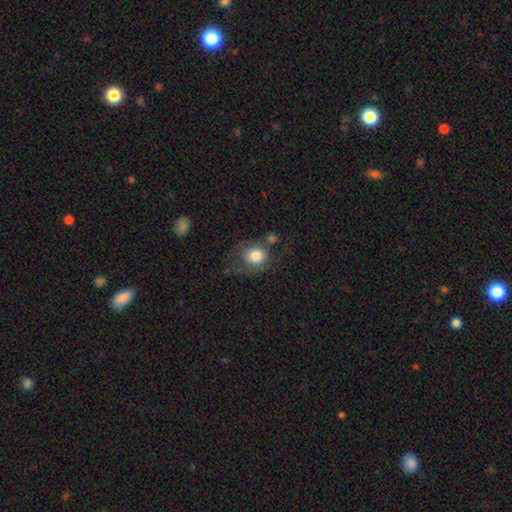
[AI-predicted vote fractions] The model was most divided on "merging": none: 42%, minor disturbance: 23%, major disturbance: 22%, merger: 14%. More confident: smooth or featured — smooth (75%); how rounded — round (68%).